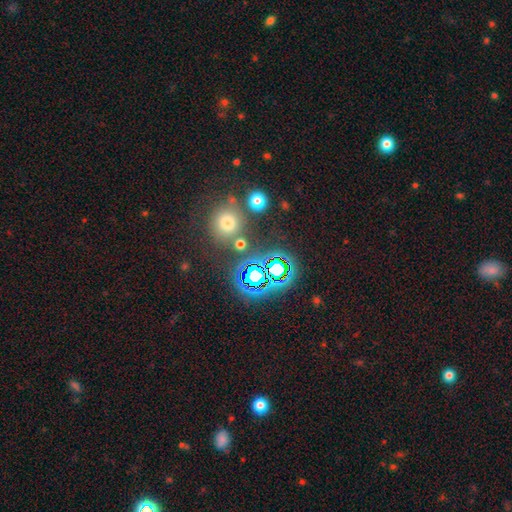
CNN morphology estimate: This is likely a star or artifact rather than a galaxy (62%).